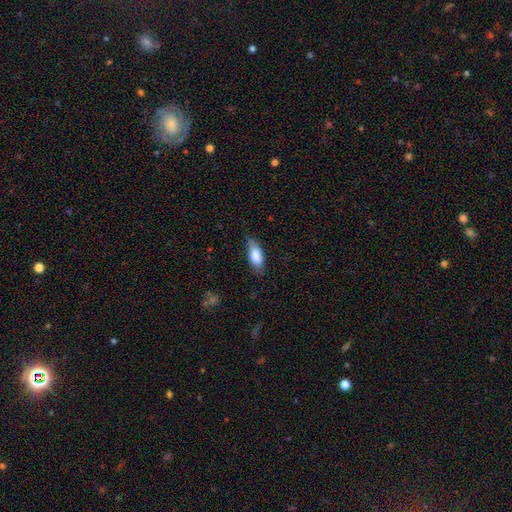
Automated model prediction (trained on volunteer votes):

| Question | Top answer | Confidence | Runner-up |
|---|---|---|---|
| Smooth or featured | smooth | 80% | featured or disk (13%) |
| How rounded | in between | 80% | cigar-shaped (17%) |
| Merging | none | 67% | minor disturbance (26%) |